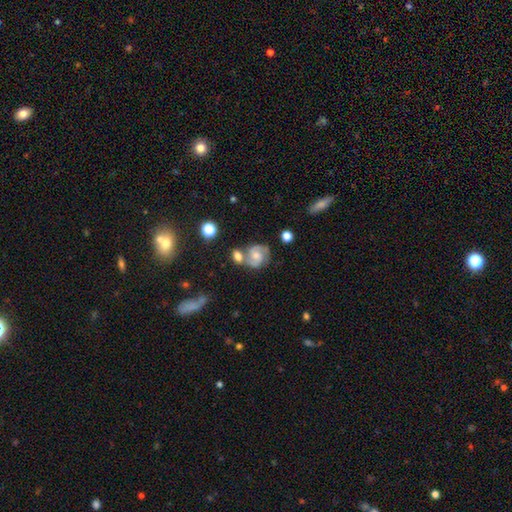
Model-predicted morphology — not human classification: This is likely a featured or disk galaxy (72%). It is clearly not viewed edge-on (98%). Bar: likely no (61%). Spiral arm pattern: clearly yes (93%). Spiral arm count: clearly 2 (86%). Spiral winding: possibly medium (51%). Central bulge: possibly moderate (53%). Merging: possibly none (50%).